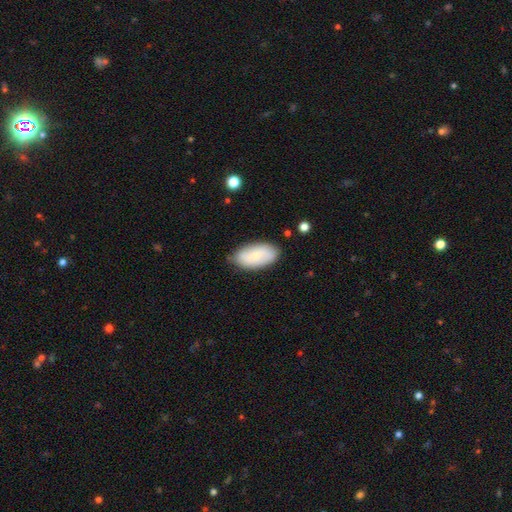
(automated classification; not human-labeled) smooth 75%, featured or disk 19%, star or artifact 6%. Down the decision tree: how rounded — in between (95%); merging — none (78%).